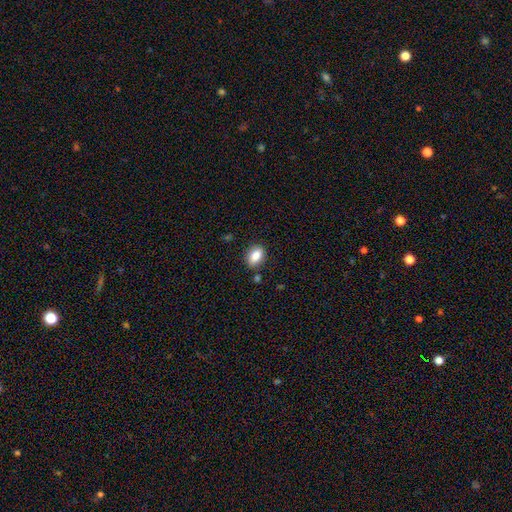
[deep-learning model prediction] smooth 85%, star or artifact 8%, featured or disk 7%. Down the decision tree: how rounded — in between (82%); merging — none (84%).